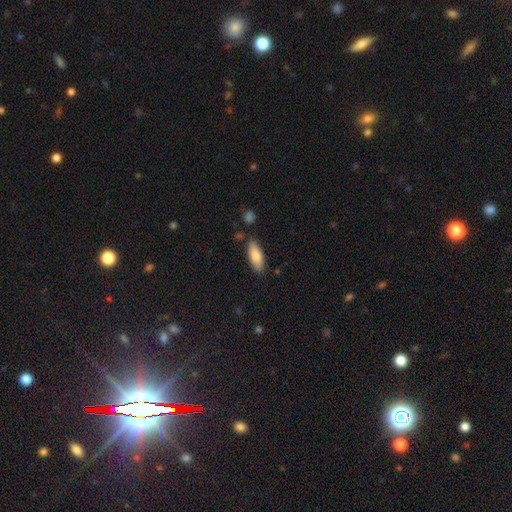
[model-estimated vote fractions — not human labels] A smooth galaxy with no disk features (81%) that is in between round and cigar-shaped (75%).

Vote fractions:
- Smooth or featured? smooth: 81% / featured or disk: 13% / star or artifact: 6%
- How rounded? in between: 75% / cigar-shaped: 23% / round: 2%
- Merging? none: 82% / minor disturbance: 12% / merger: 3% / major disturbance: 2%